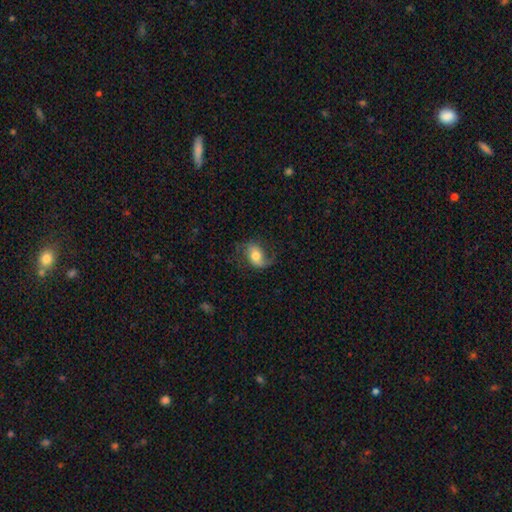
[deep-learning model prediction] This is likely a featured or disk galaxy (63%). It is clearly not viewed edge-on (96%). Bar: possibly no (45%). Spiral arm pattern: clearly yes (91%). Spiral arm count: likely 2 (78%). Spiral winding: likely loose (63%). Central bulge: likely moderate (61%). Merging: likely none (66%).